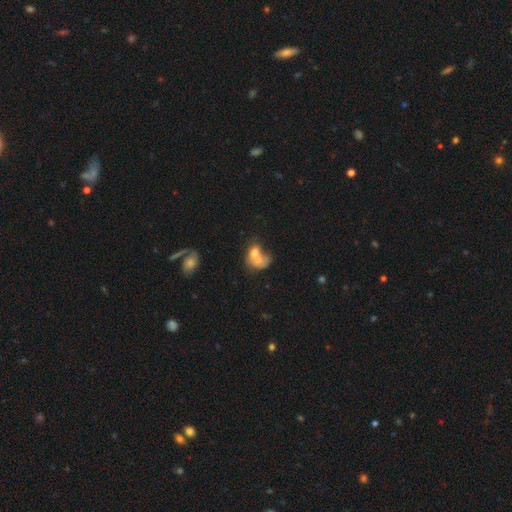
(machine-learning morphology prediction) Smooth or featured: smooth — 65% (featured or disk — 26%)
How rounded: in between — 61% (round — 37%)
Merging: merger — 72% (none — 14%)